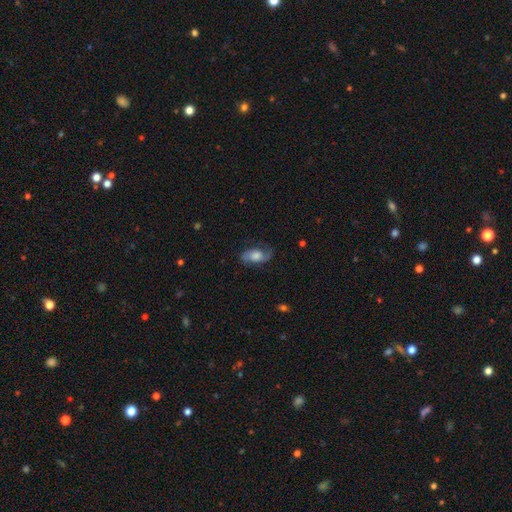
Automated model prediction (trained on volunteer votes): This is possibly a featured or disk galaxy (51%). It is clearly not viewed edge-on (92%). Merging: likely none (66%).